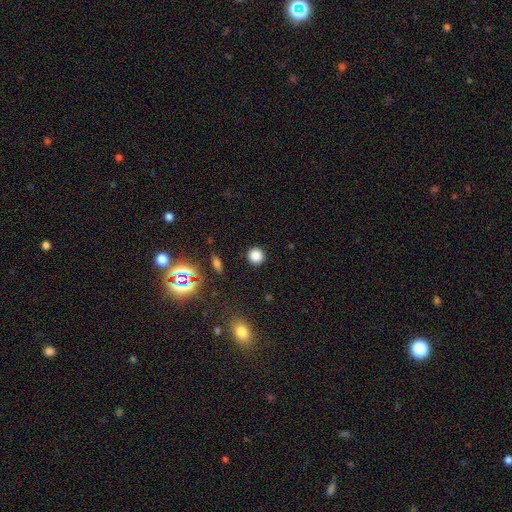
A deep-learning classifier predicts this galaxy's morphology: Overall: smooth (81%). How rounded: round (93%). Merging: none (91%).